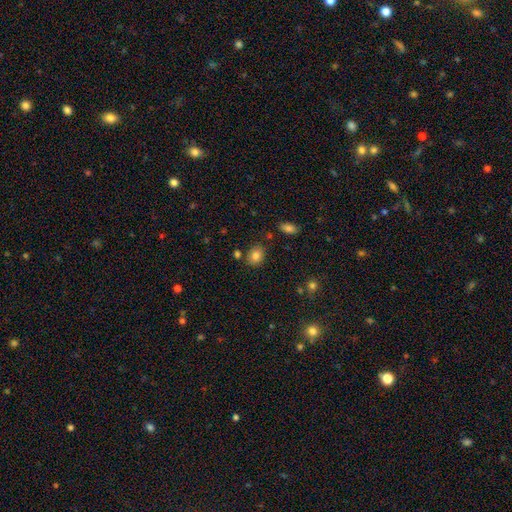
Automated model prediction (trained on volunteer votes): Smooth or featured? smooth (82%)
How rounded? in between (56%)
Merging? none (79%)